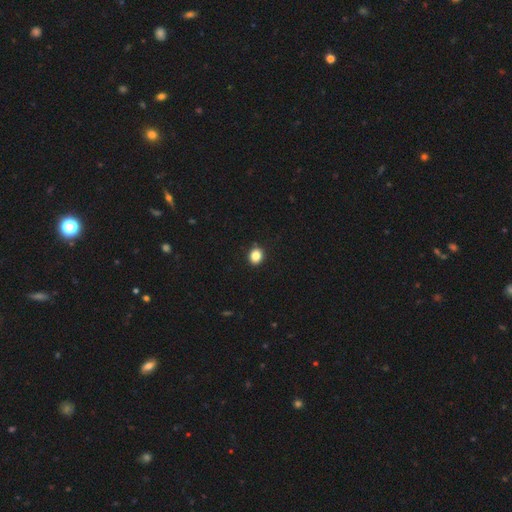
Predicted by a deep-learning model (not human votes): The model was most divided on "how rounded": round: 63%, in between: 37%, cigar-shaped: 1%. More confident: merging — none (89%); smooth or featured — smooth (86%).